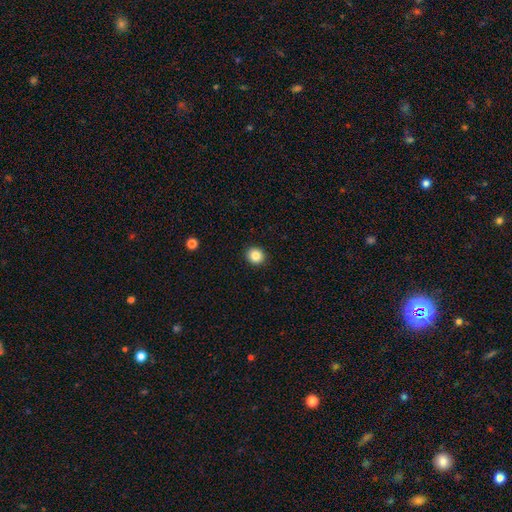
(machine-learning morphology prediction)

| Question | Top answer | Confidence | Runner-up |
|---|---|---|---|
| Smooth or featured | smooth | 85% | star or artifact (10%) |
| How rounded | round | 86% | in between (13%) |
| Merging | none | 92% | minor disturbance (5%) |